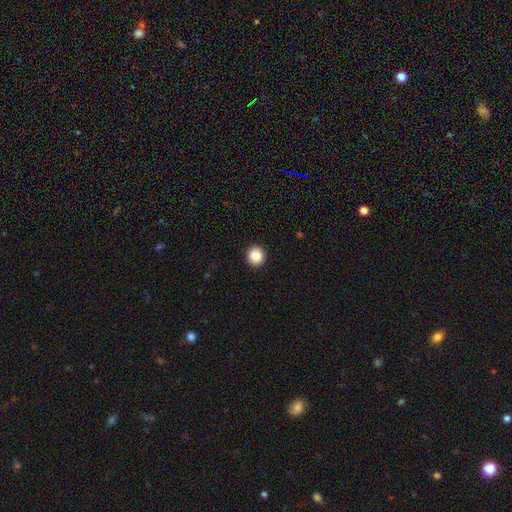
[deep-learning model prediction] Q: Smooth or featured?
A: smooth (87%); runner-up: star or artifact (9%)
Q: How rounded?
A: round (95%); runner-up: in between (4%)
Q: Merging?
A: none (94%); runner-up: minor disturbance (4%)